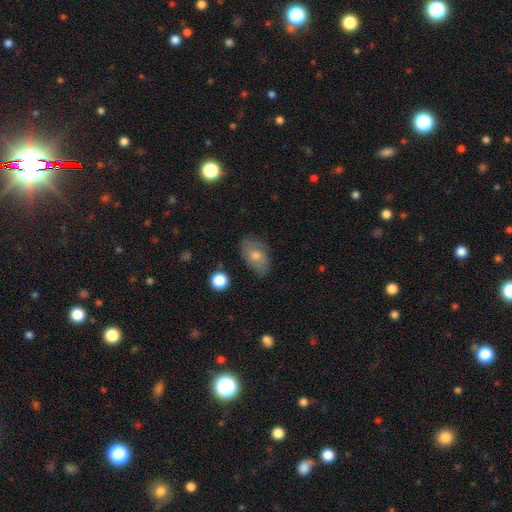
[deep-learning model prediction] This is possibly a smooth galaxy (49%). Merging: likely none (75%).